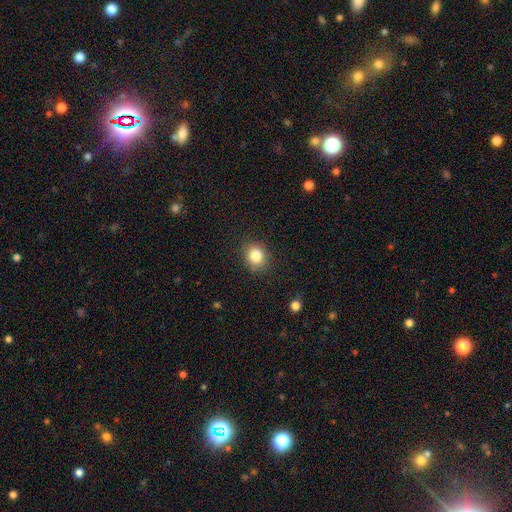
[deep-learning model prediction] Smooth or featured: smooth — 83% (star or artifact — 11%)
How rounded: round — 70% (in between — 30%)
Merging: none — 87% (minor disturbance — 10%)